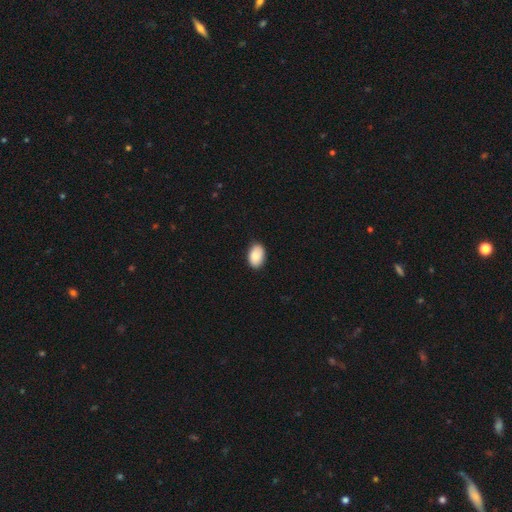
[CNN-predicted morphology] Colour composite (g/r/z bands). It shows a smooth galaxy with no disk features (87%) that is in between round and cigar-shaped (90%). Merging: none (87%).